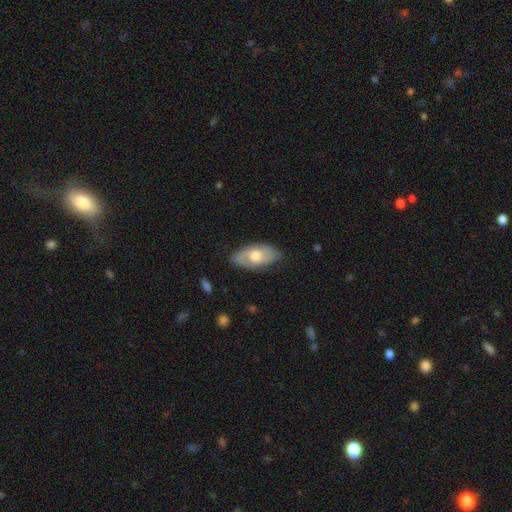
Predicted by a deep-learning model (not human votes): smooth-or-featured: smooth: 51% | featured or disk: 43% | star or artifact: 6%
  how-rounded: in between: 92% | cigar-shaped: 4% | round: 4%
  merging: none: 73% | minor disturbance: 22% | major disturbance: 4% | merger: 1%